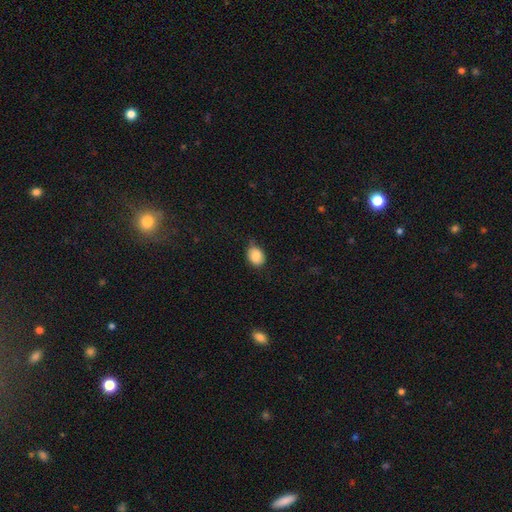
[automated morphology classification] Q: Smooth or featured?
A: smooth (85%); runner-up: star or artifact (8%)
Q: How rounded?
A: in between (55%); runner-up: round (44%)
Q: Merging?
A: none (69%); runner-up: minor disturbance (25%)